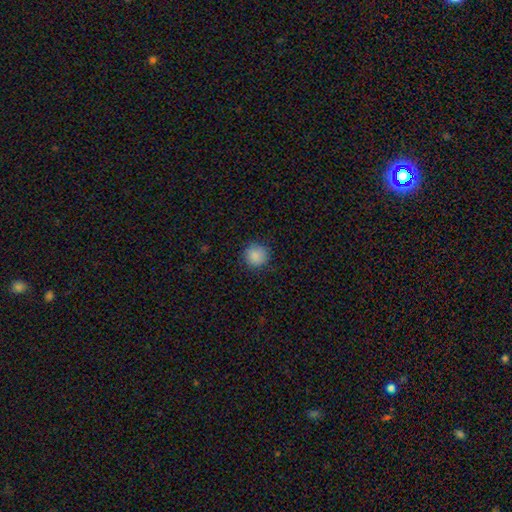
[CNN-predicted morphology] This appears to be a smooth galaxy with no disk features (88%) that is round (94%). Merging: none (88%).